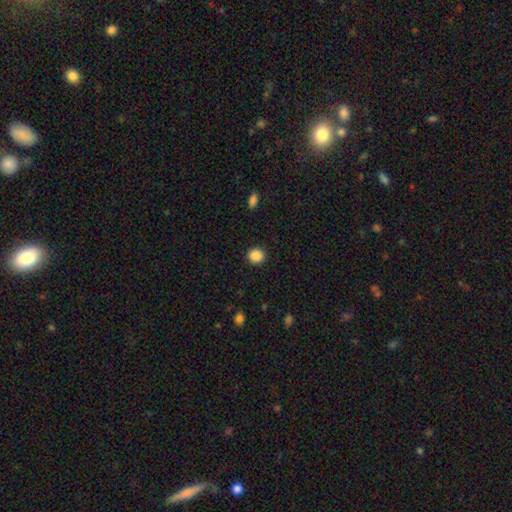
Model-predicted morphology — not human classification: Smooth or featured?
  - smooth: 88% *
  - star or artifact: 9%
  - featured or disk: 3%
How rounded?
  - round: 91% *
  - in between: 8%
  - cigar-shaped: 1%
Merging?
  - none: 92% *
  - minor disturbance: 5%
  - major disturbance: 2%
  - merger: 1%